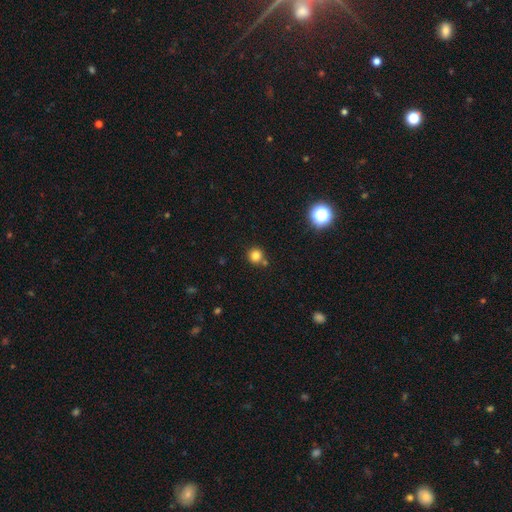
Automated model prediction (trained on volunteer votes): Overall: smooth (81%). How rounded: round (93%). Merging: none (74%).